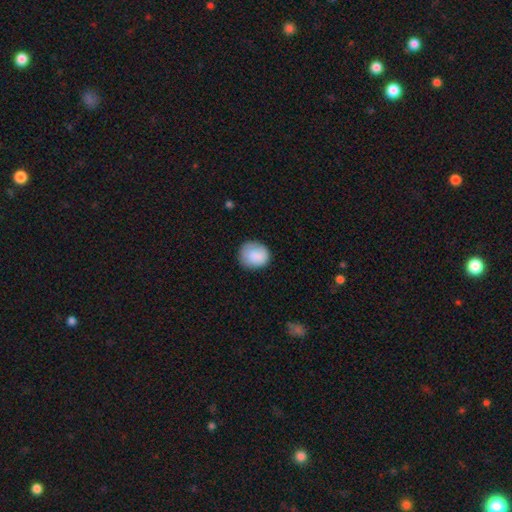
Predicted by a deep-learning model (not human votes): Smooth or featured?
  - smooth: 86% *
  - featured or disk: 7%
  - star or artifact: 7%
How rounded?
  - round: 75% *
  - in between: 24%
  - cigar-shaped: 1%
Merging?
  - none: 77% *
  - minor disturbance: 17%
  - major disturbance: 5%
  - merger: 1%